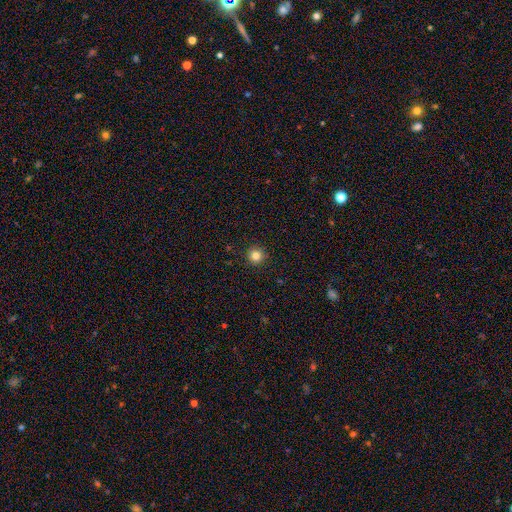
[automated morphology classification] Smooth or featured? Predicted: smooth (p=0.84). How rounded? Predicted: round (p=0.96). Merging? Predicted: none (p=0.93).